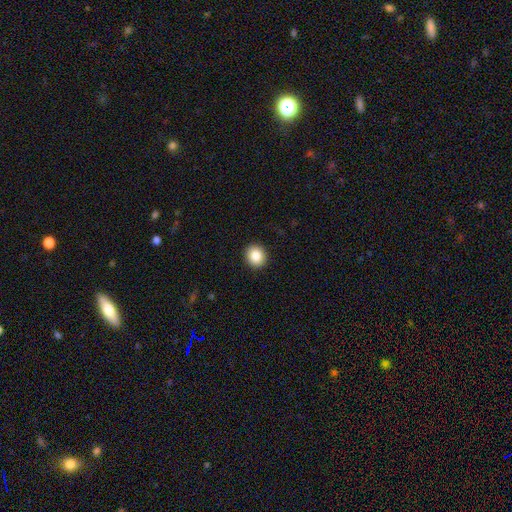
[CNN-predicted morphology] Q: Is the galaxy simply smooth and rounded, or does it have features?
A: smooth — 85%.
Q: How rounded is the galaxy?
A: round — 85%.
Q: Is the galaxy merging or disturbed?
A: none — 93%.